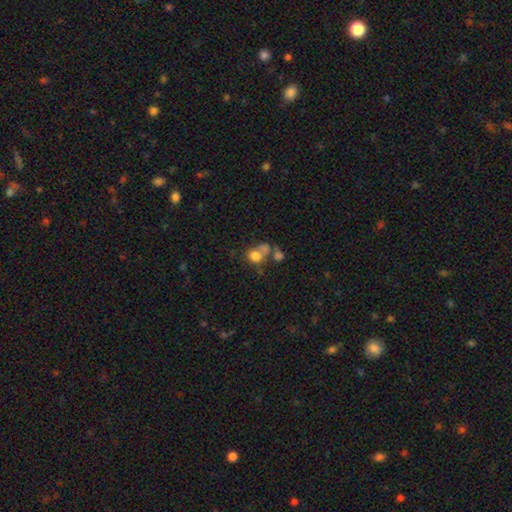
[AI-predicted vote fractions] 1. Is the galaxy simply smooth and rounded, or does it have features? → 73% smooth, 15% featured or disk, 12% star or artifact.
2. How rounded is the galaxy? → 60% round, 39% in between, 1% cigar-shaped.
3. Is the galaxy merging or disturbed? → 44% merger, 33% none, 12% minor disturbance, 11% major disturbance.